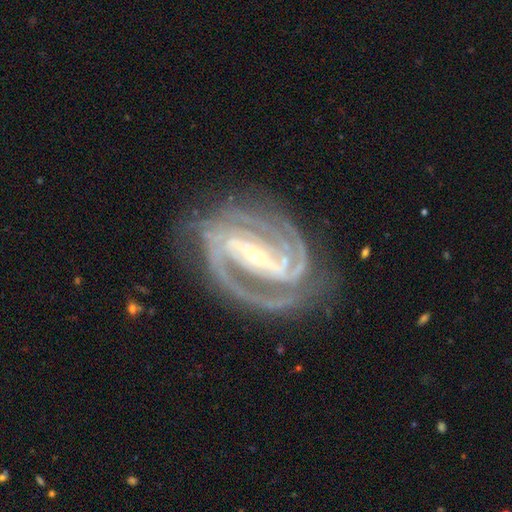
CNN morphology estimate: The model was most divided on "spiral winding": tight: 57%, medium: 38%, loose: 5%. More confident: spiral arms — yes (99%); edge-on disk — no (97%); smooth or featured — featured or disk (93%); merging — none (75%); bar — strong (73%); bulge size — small (72%); spiral arm count — 2 (51%).